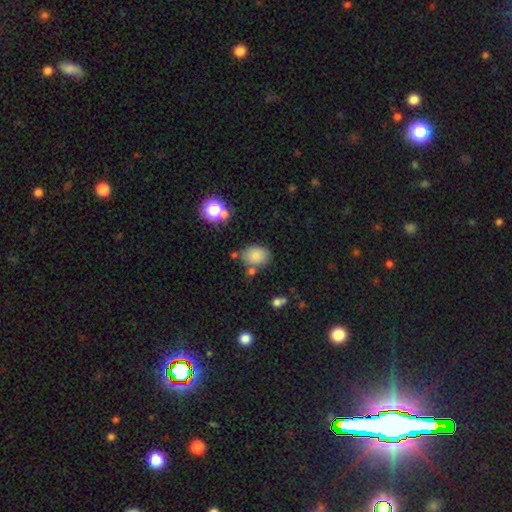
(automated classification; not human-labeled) This is clearly a smooth galaxy (82%). How rounded: likely in between (70%). Merging: likely none (71%).